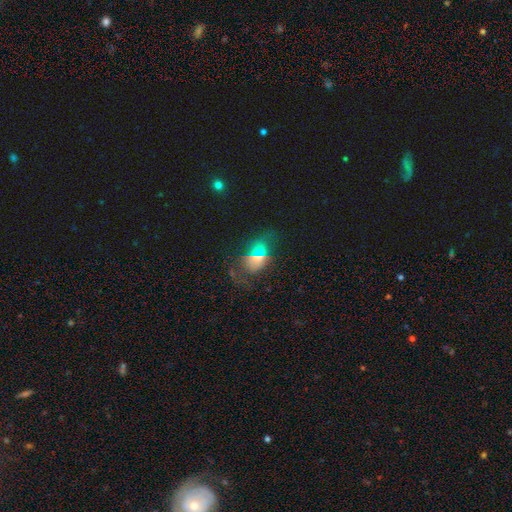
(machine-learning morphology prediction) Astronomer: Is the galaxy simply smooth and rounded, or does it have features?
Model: smooth — 50%.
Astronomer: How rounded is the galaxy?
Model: in between — 76%.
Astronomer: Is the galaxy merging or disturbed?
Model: none — 54%.